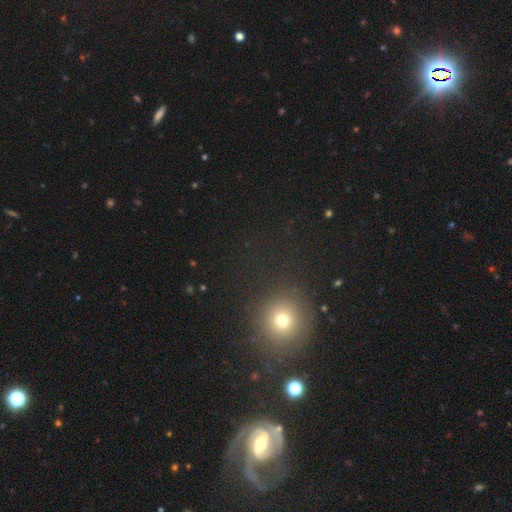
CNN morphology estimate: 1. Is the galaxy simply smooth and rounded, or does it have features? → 46% smooth, 35% star or artifact, 18% featured or disk.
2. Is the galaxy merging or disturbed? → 79% none, 9% minor disturbance, 6% merger, 5% major disturbance.